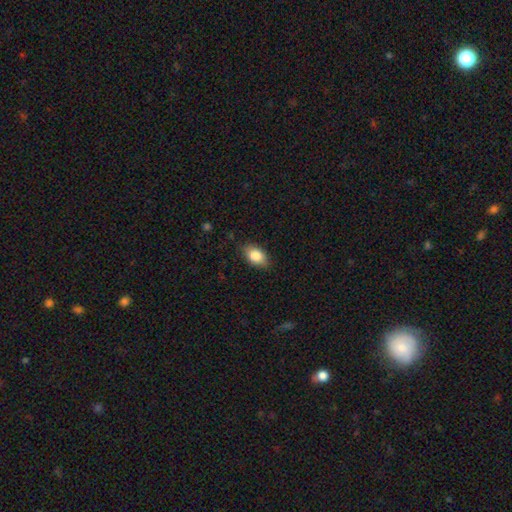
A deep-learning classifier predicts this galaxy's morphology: Smooth or featured? Predicted: smooth (p=0.85). How rounded? Predicted: in between (p=0.88). Merging? Predicted: none (p=0.83).